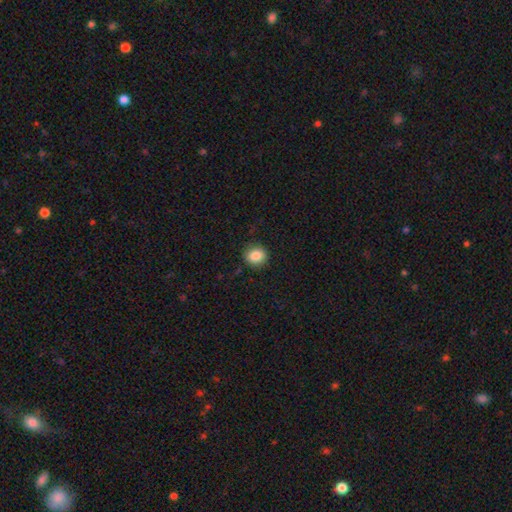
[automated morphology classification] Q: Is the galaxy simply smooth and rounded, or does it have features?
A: smooth — 85%.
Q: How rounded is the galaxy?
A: round — 75%.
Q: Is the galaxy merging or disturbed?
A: none — 88%.